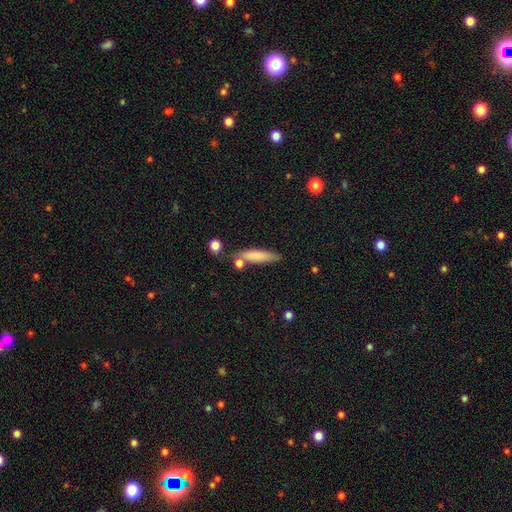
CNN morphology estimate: Q: Smooth or featured?
A: smooth (79%); runner-up: featured or disk (14%)
Q: How rounded?
A: cigar-shaped (76%); runner-up: in between (22%)
Q: Merging?
A: none (70%); runner-up: minor disturbance (16%)